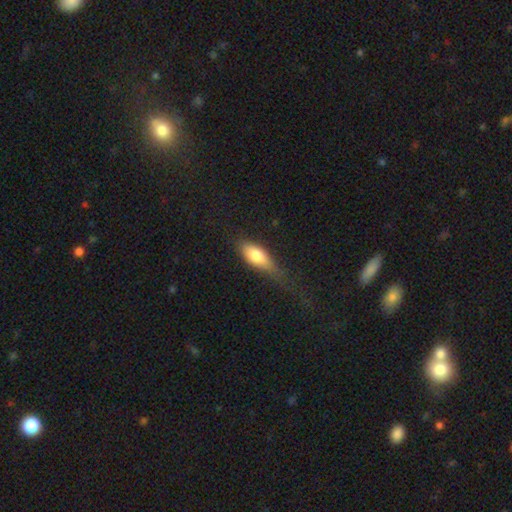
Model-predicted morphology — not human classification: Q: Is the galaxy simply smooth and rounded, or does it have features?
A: smooth — 75%.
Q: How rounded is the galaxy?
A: in between — 79%.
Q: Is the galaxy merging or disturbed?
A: none — 43%.